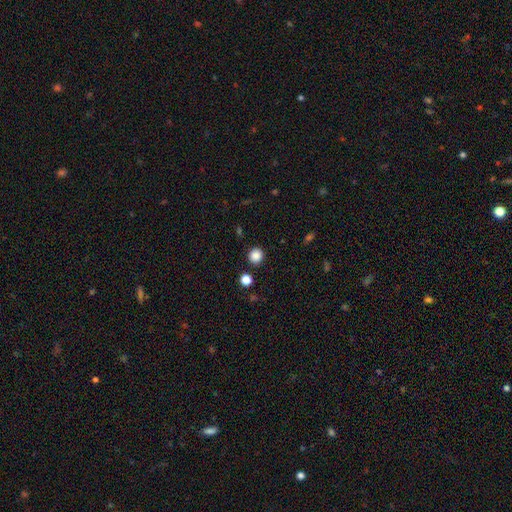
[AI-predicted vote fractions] Smooth or featured?
  - smooth: 86% *
  - star or artifact: 11%
  - featured or disk: 3%
How rounded?
  - round: 92% *
  - in between: 7%
  - cigar-shaped: 1%
Merging?
  - none: 90% *
  - minor disturbance: 6%
  - merger: 2%
  - major disturbance: 2%